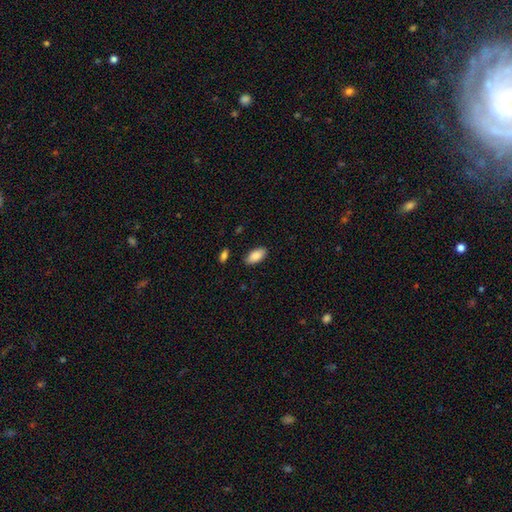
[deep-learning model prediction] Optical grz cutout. It shows a smooth galaxy with no disk features (88%) that is in between round and cigar-shaped (92%). Merging: none (86%).